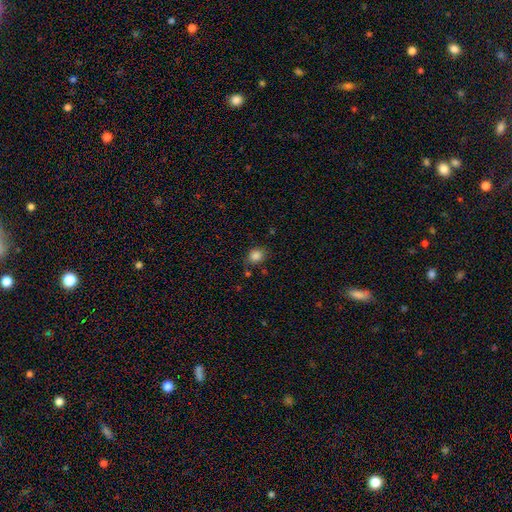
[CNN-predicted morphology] smooth_or_featured: smooth (p=0.85) [alt: star or artifact p=0.11]
how_rounded: round (p=0.65) [alt: in between p=0.34]
merging: none (p=0.73) [alt: minor disturbance p=0.18]